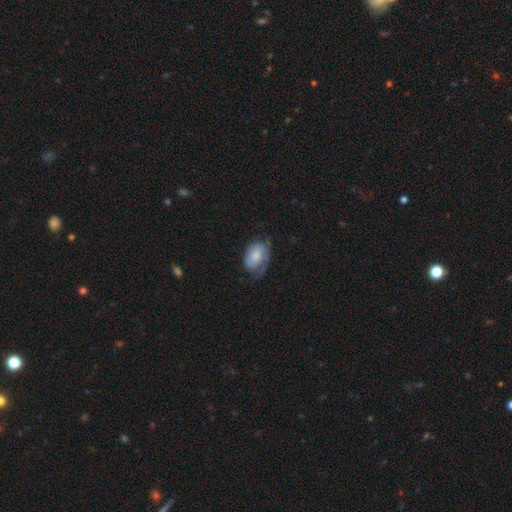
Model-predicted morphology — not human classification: This is possibly a smooth galaxy (48%). Merging: marginally none (44%).